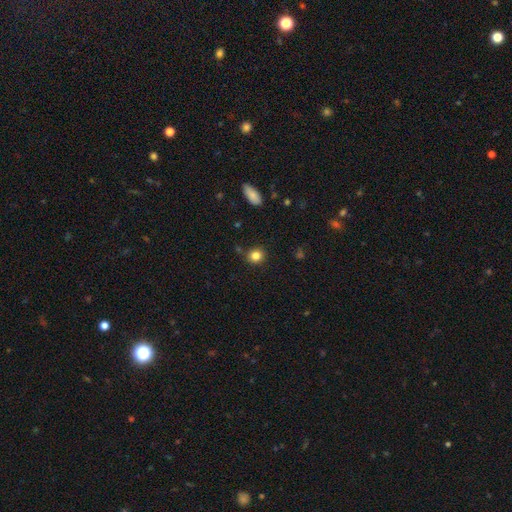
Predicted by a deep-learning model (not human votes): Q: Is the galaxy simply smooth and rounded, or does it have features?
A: smooth — 83%.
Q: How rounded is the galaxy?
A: round — 84%.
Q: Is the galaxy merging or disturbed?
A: none — 85%.